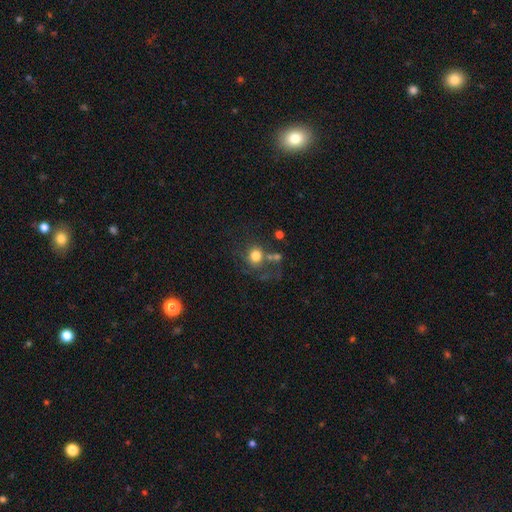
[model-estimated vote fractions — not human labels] Smooth or featured? smooth (75%)
How rounded? round (82%)
Merging? none (50%)